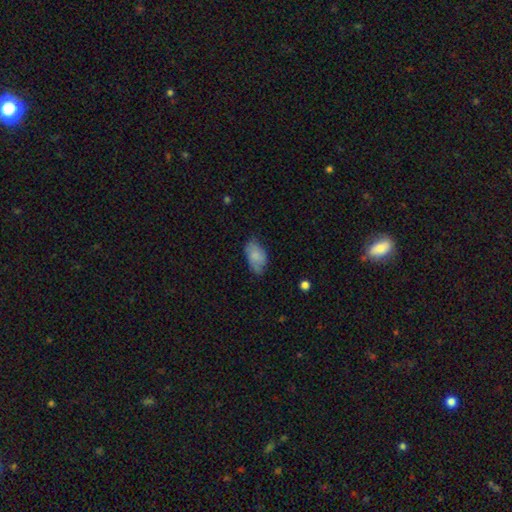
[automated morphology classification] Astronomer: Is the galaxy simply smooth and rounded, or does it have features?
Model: smooth — 79%.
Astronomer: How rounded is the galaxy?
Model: in between — 94%.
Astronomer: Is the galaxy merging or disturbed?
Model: none — 61%.